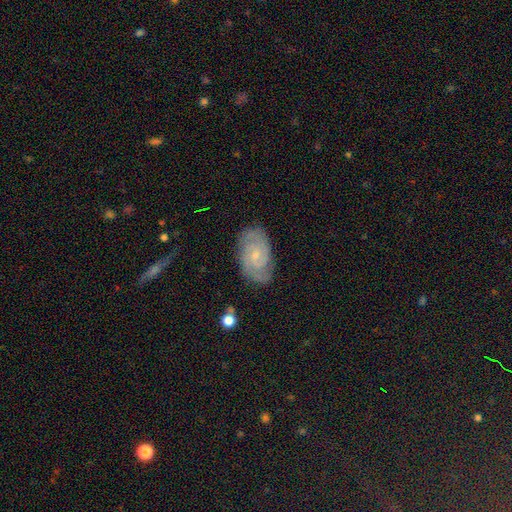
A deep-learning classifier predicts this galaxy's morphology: Smooth or featured? featured or disk (83%)
Edge-on disk? no (97%)
Bar? no (61%)
Spiral arms? yes (97%)
Spiral winding? tight (64%)
Spiral arm count? 2 (61%)
Bulge size? small (76%)
Merging? none (80%)